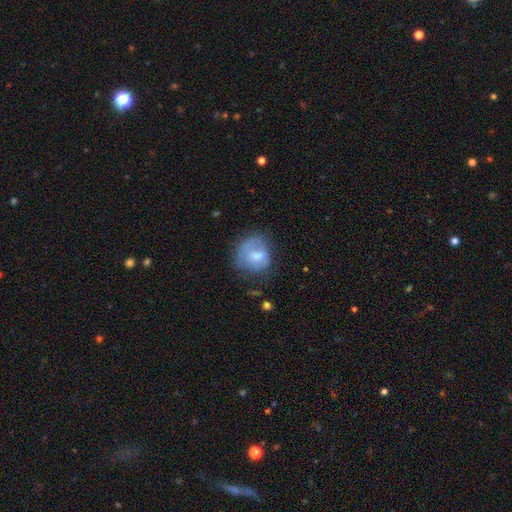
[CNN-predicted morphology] type=smooth (61%); roundness=round (66%); merging=none (42%).